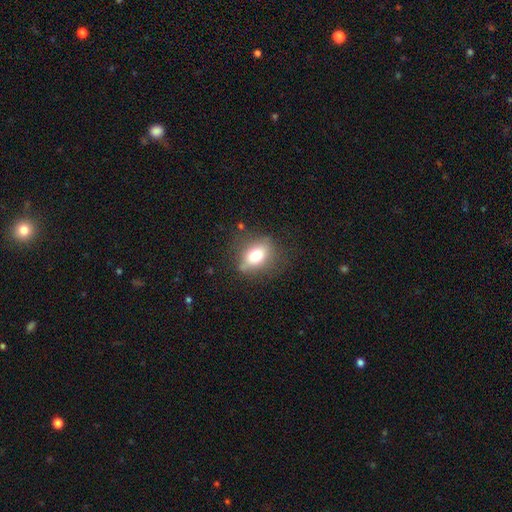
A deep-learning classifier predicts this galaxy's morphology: This appears to be a smooth galaxy with no disk features (72%) that is in between round and cigar-shaped (68%). Merging: none (70%).